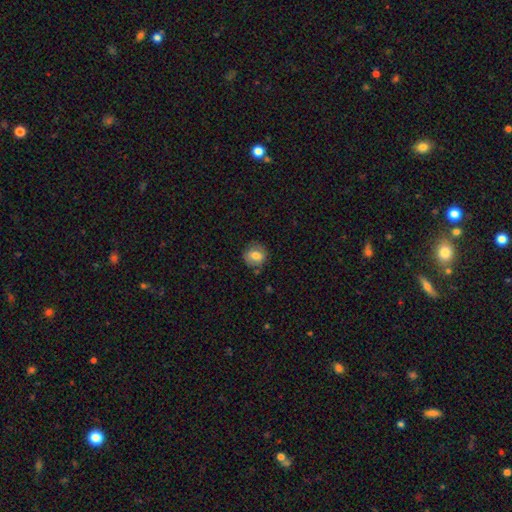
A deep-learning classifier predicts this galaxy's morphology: The model was most divided on "how rounded": round: 77%, in between: 22%, cigar-shaped: 1%. More confident: merging — none (77%); smooth or featured — smooth (75%).